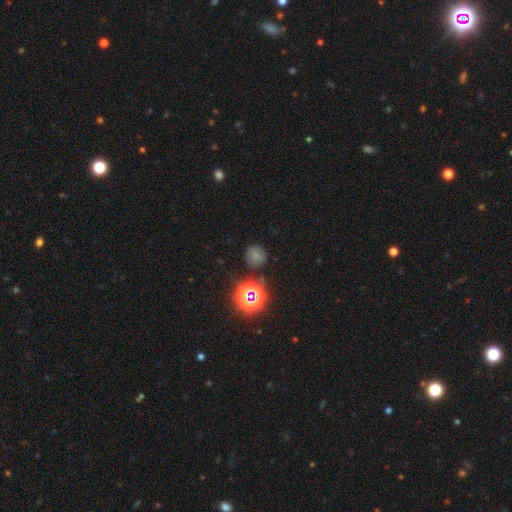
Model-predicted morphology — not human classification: smooth 64%, star or artifact 26%, featured or disk 10%. Down the decision tree: how rounded — round (90%); merging — none (80%).